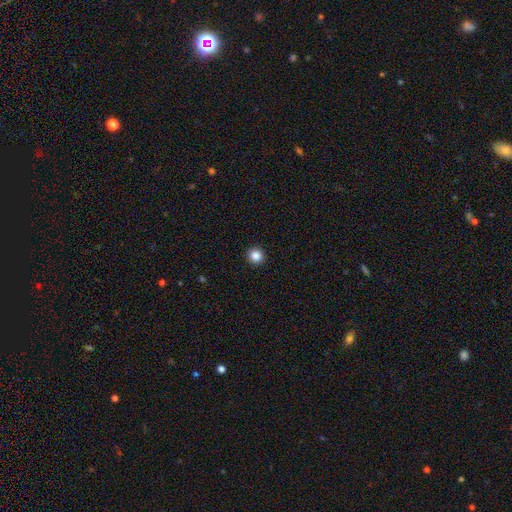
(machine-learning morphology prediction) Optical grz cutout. It shows a smooth galaxy with no disk features (85%) that is round (94%). Merging: none (93%).